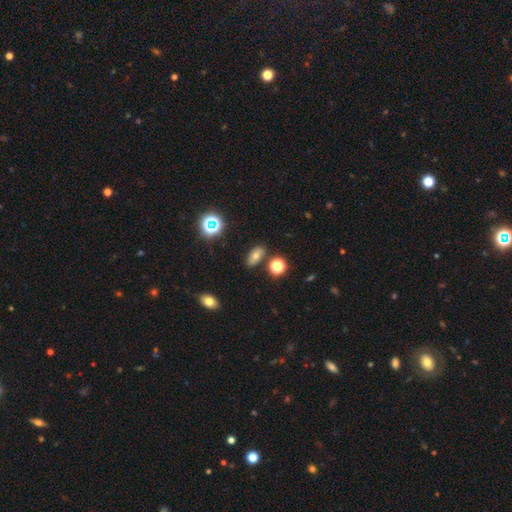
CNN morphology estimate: Smooth or featured? Predicted: smooth (p=0.64). How rounded? Predicted: in between (p=0.83). Merging? Predicted: none (p=0.82).